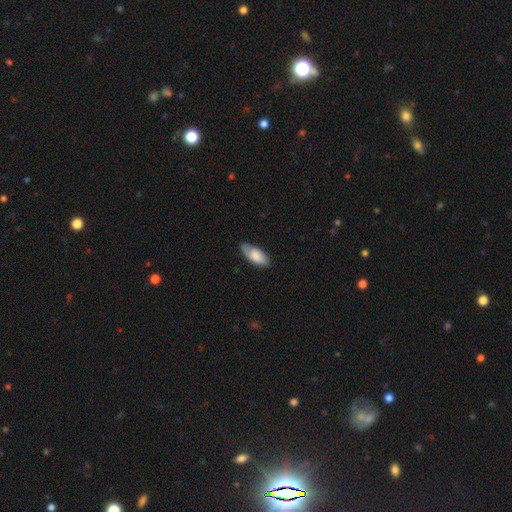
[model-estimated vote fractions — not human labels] Smooth or featured?
  - smooth: 80% *
  - featured or disk: 14%
  - star or artifact: 6%
How rounded?
  - in between: 87% *
  - cigar-shaped: 11%
  - round: 2%
Merging?
  - none: 77% *
  - minor disturbance: 18%
  - major disturbance: 3%
  - merger: 1%